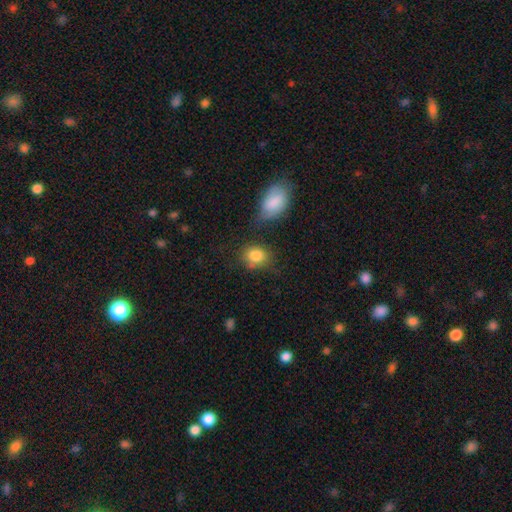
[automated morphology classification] type=smooth (85%); roundness=in between (52%); merging=none (61%).